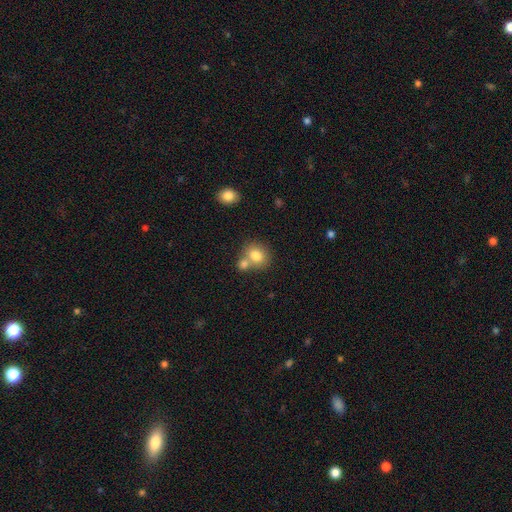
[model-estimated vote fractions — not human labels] smooth 79%, featured or disk 11%, star or artifact 10%. Down the decision tree: how rounded — round (68%); merging — none (50%).